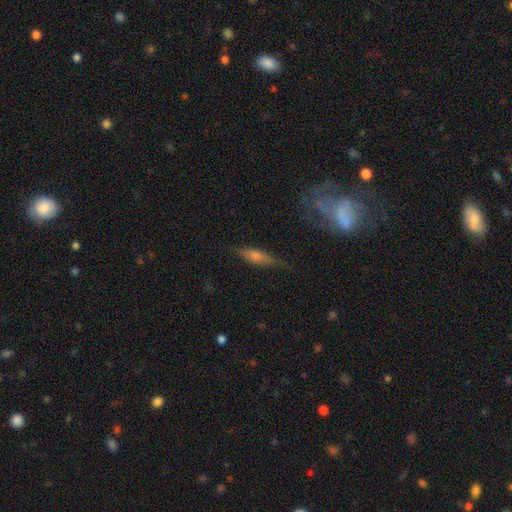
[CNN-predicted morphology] smooth-or-featured: smooth: 45% | featured or disk: 44% | star or artifact: 11%
  merging: none: 72% | minor disturbance: 18% | major disturbance: 8% | merger: 3%